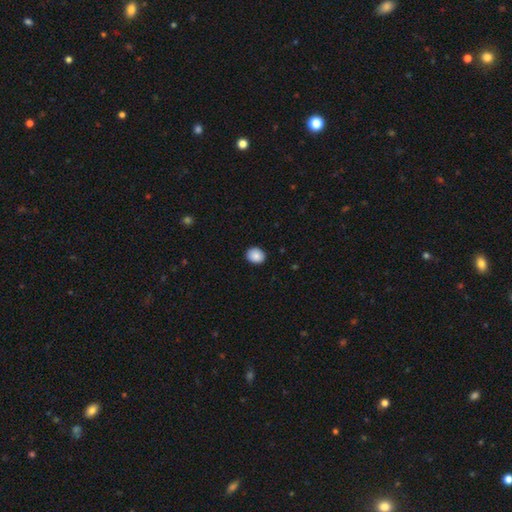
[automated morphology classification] Q: Smooth or featured?
A: smooth (89%); runner-up: star or artifact (8%)
Q: How rounded?
A: round (59%); runner-up: in between (40%)
Q: Merging?
A: none (89%); runner-up: minor disturbance (8%)